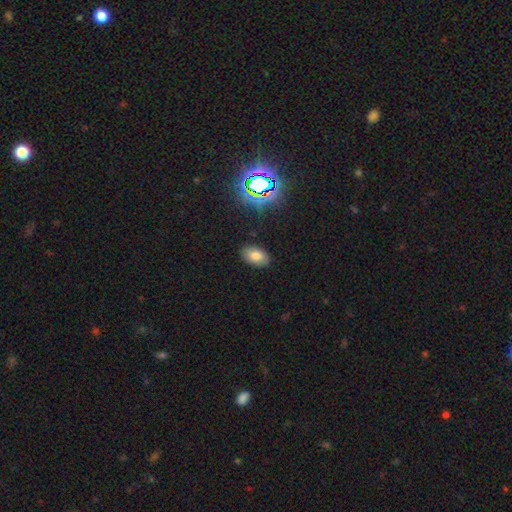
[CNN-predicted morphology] Smooth or featured: smooth — 75% (star or artifact — 14%)
How rounded: in between — 92% (round — 6%)
Merging: none — 86% (minor disturbance — 10%)